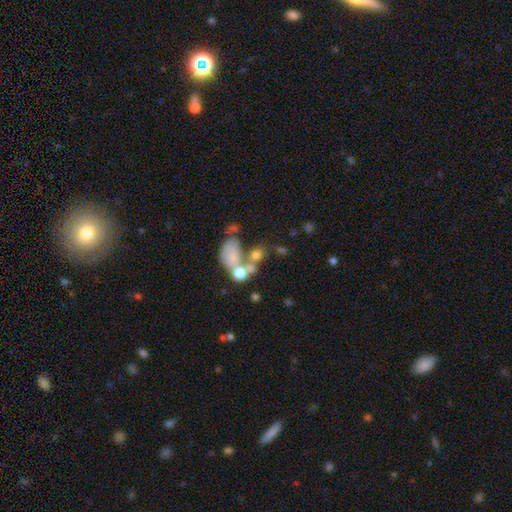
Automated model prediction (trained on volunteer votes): smooth-or-featured: smooth: 64% | featured or disk: 21% | star or artifact: 16%
  how-rounded: in between: 52% | round: 46% | cigar-shaped: 2%
  merging: merger: 46% | none: 31% | major disturbance: 13% | minor disturbance: 11%